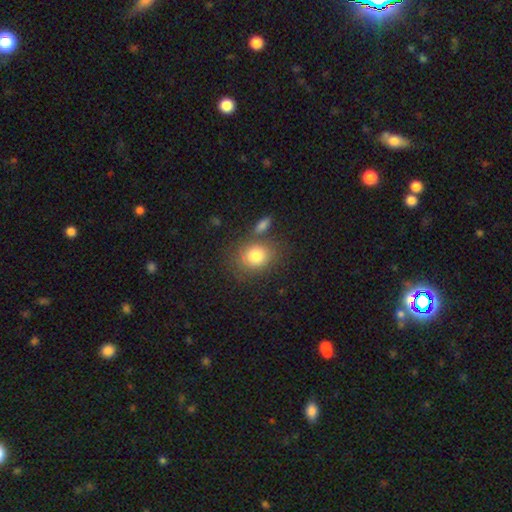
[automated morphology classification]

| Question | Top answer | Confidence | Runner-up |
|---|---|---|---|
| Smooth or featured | smooth | 80% | featured or disk (11%) |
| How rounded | round | 65% | in between (34%) |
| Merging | none | 65% | merger (15%) |